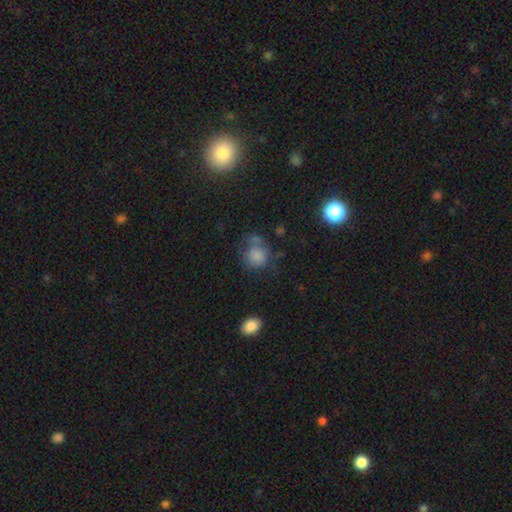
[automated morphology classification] Smooth or featured? smooth (72%)
How rounded? round (83%)
Merging? none (56%)